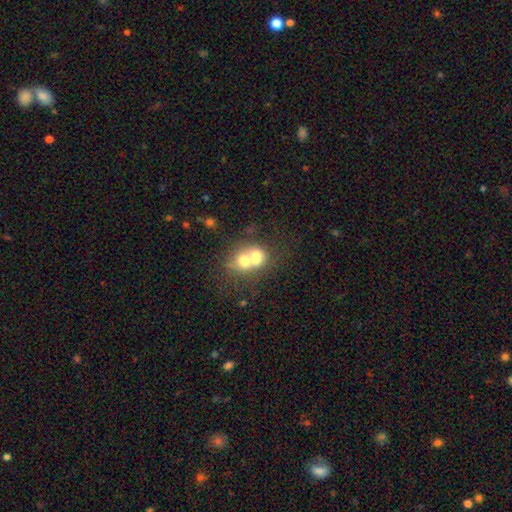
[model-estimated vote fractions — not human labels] This appears to be a smooth galaxy with no disk features (63%) that is round (63%). Merging: merger (72%).